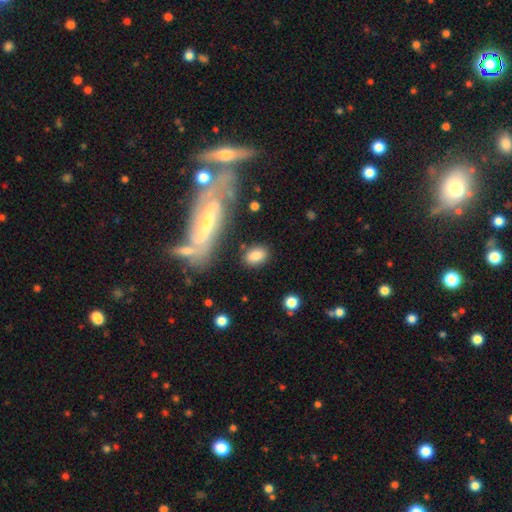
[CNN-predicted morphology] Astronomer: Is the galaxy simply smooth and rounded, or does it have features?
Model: smooth — 80%.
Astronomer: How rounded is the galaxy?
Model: in between — 80%.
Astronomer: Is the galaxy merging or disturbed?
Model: none — 79%.